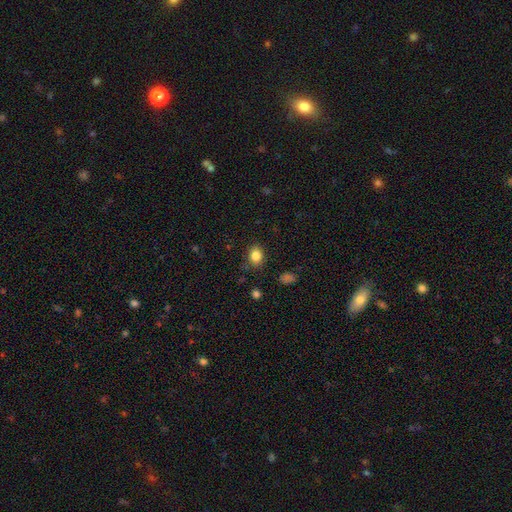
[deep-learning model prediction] A smooth galaxy with no disk features (84%) that is in between round and cigar-shaped (53%). Merging: none (82%).